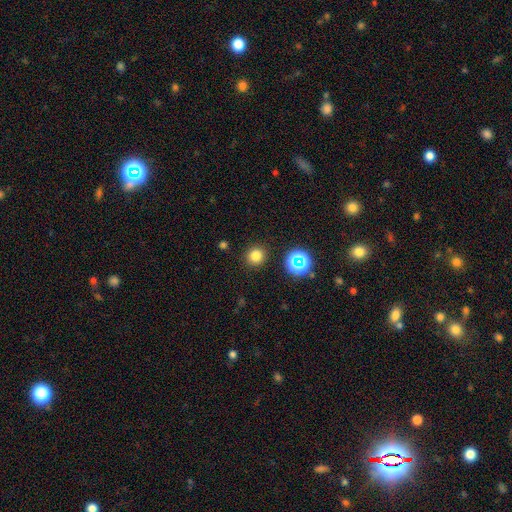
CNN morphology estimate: Smooth or featured? Predicted: smooth (p=0.77). How rounded? Predicted: round (p=0.92). Merging? Predicted: none (p=0.90).